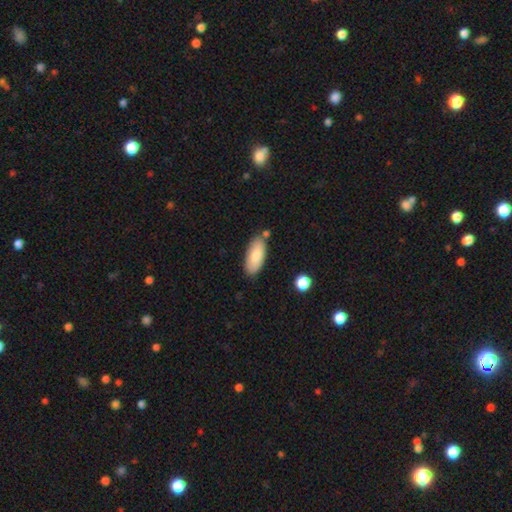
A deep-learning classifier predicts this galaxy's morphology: A smooth galaxy with no disk features (83%) that is in between round and cigar-shaped (85%).

Vote fractions:
- Smooth or featured? smooth: 83% / featured or disk: 12% / star or artifact: 6%
- How rounded? in between: 85% / cigar-shaped: 13% / round: 2%
- Merging? none: 75% / minor disturbance: 15% / merger: 7% / major disturbance: 3%